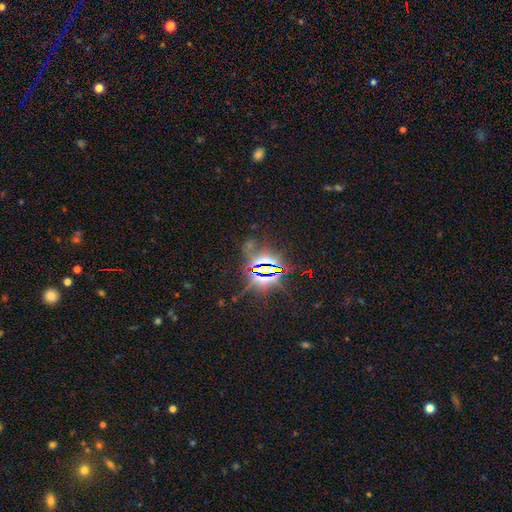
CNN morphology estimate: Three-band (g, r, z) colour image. It shows a star or artifact, not a galaxy (82%).